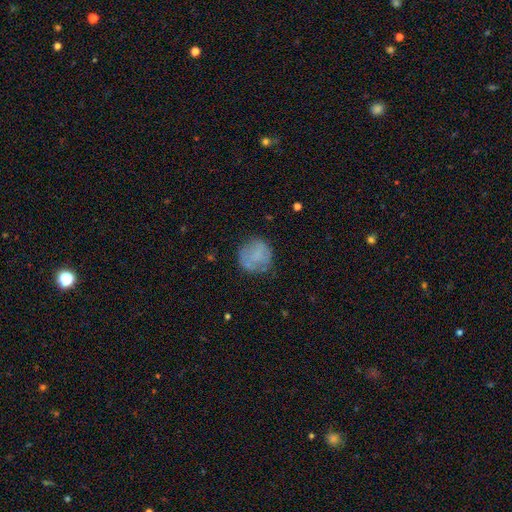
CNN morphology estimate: smooth 65%, featured or disk 26%, star or artifact 10%. Down the decision tree: how rounded — round (87%); merging — none (71%).